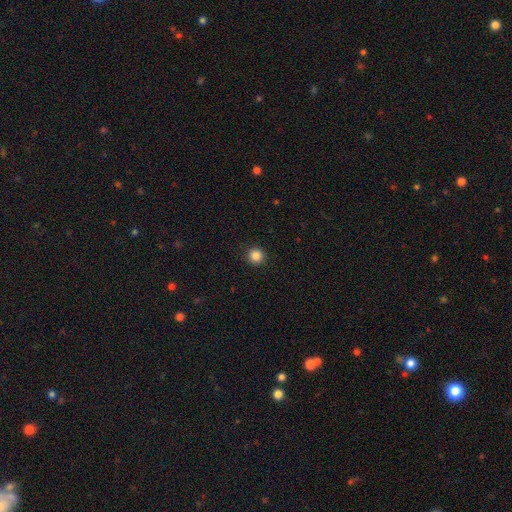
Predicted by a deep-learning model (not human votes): The model was most divided on "smooth or featured": smooth: 85%, star or artifact: 11%, featured or disk: 4%. More confident: how rounded — round (94%); merging — none (92%).